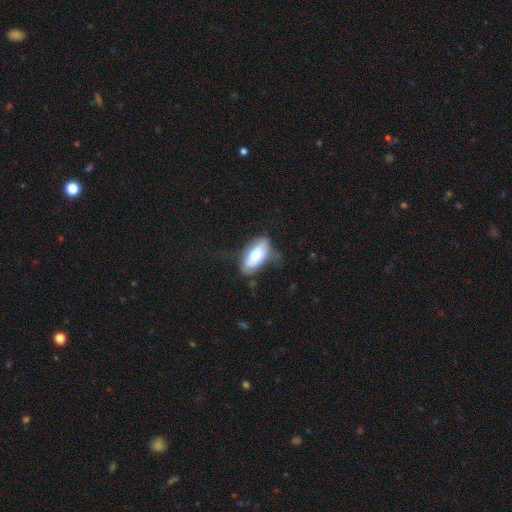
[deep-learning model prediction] This appears to be a smooth galaxy with no disk features (62%) that is in between round and cigar-shaped (87%). Merging: none (49%).